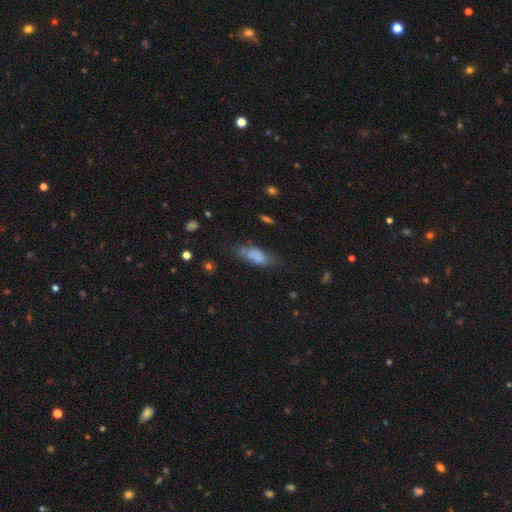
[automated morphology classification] Overall: smooth (74%). How rounded: in between (76%). Merging: none (47%; minor disturbance 30%).